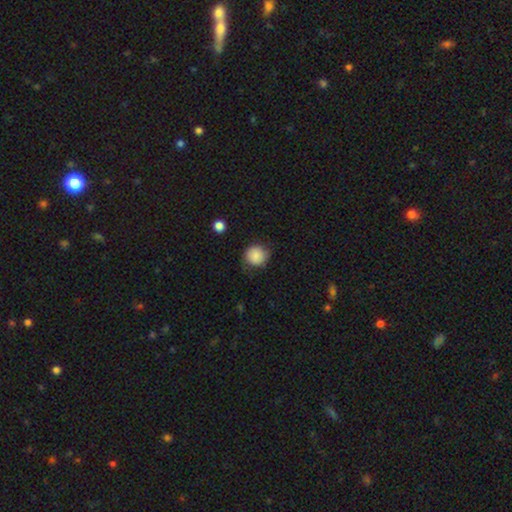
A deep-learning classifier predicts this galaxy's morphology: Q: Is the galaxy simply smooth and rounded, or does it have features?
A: smooth — 85%.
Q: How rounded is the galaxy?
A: round — 87%.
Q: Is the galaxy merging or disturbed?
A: none — 73%.